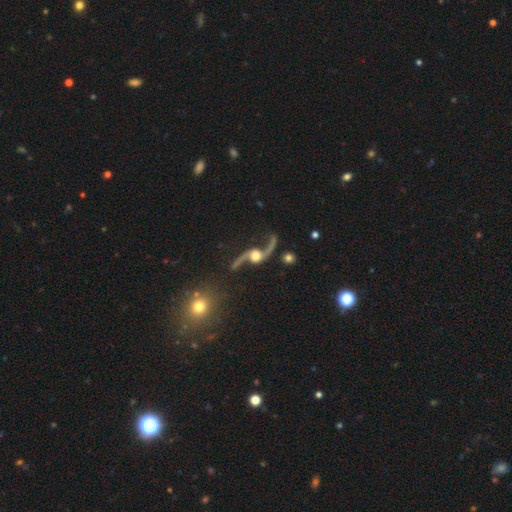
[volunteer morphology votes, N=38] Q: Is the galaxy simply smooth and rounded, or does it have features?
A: featured or disk — 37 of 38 (97%).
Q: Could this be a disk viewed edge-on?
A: no — 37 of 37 (100%).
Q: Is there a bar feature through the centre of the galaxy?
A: no — 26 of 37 (70%).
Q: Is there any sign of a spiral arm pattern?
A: yes — 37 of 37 (100%).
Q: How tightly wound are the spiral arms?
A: loose — 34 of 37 (92%).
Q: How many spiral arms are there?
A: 2 — 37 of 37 (100%).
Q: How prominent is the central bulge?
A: moderate — 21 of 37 (57%).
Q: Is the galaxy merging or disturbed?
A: none — 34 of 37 (92%).